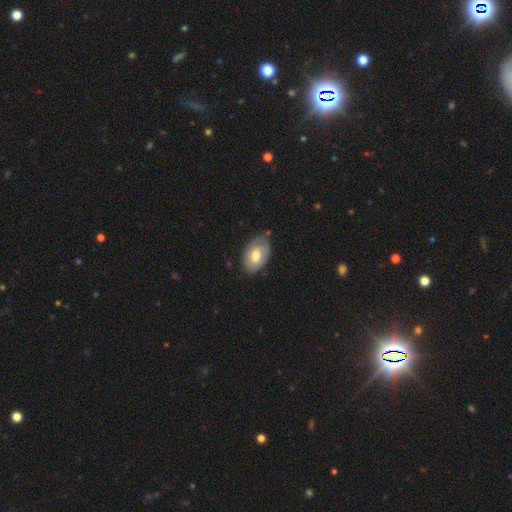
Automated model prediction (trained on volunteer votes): Smooth or featured?
  - smooth: 63% *
  - featured or disk: 31%
  - star or artifact: 6%
How rounded?
  - in between: 92% *
  - round: 7%
  - cigar-shaped: 1%
Merging?
  - none: 68% *
  - minor disturbance: 25%
  - major disturbance: 5%
  - merger: 2%